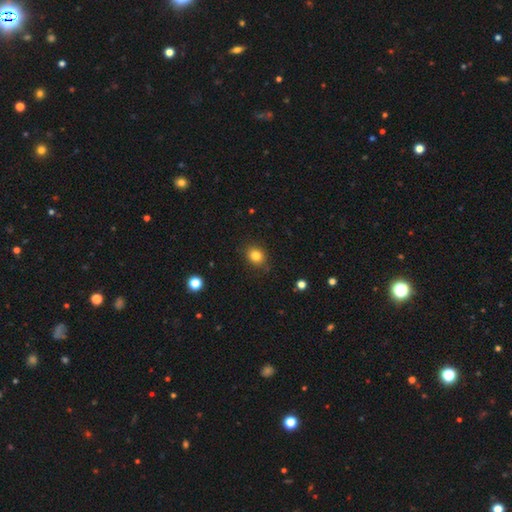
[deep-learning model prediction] The model was most divided on "how rounded": round: 61%, in between: 38%, cigar-shaped: 1%. More confident: merging — none (85%); smooth or featured — smooth (82%).